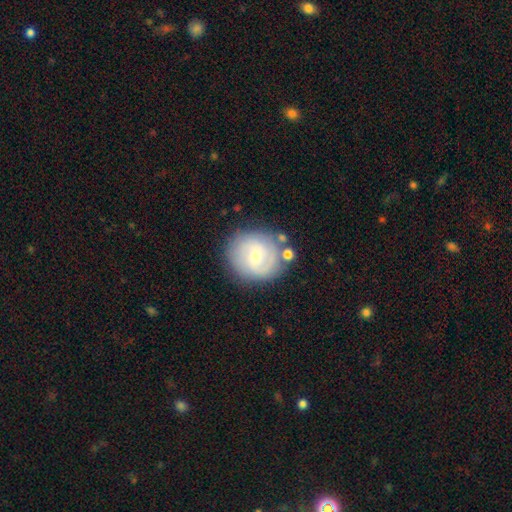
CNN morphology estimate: The model was most divided on "bar": no: 49%, weak: 42%, strong: 9%. More confident: edge-on disk — no (97%); spiral arms — yes (76%); merging — none (76%); smooth or featured — featured or disk (57%); bulge size — small (53%).